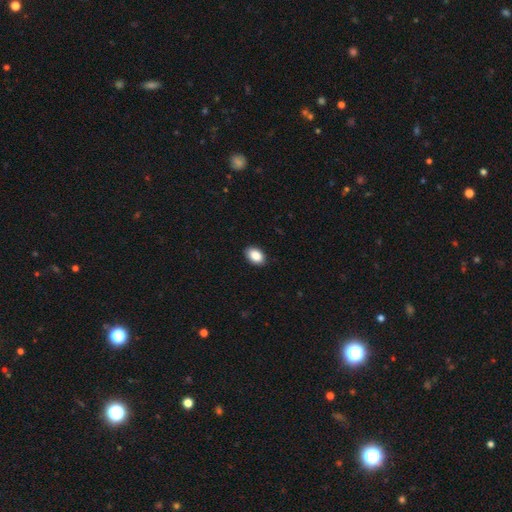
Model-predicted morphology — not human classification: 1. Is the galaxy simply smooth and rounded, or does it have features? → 89% smooth, 7% star or artifact, 4% featured or disk.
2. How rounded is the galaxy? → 88% in between, 11% round, 1% cigar-shaped.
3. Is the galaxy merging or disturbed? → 89% none, 9% minor disturbance, 2% major disturbance, 1% merger.